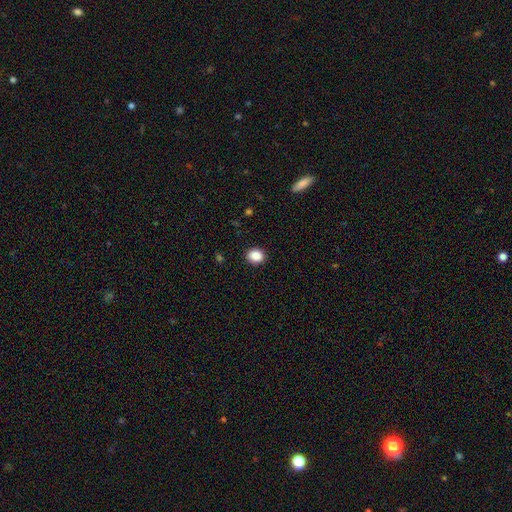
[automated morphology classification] smooth-or-featured: smooth: 88% | star or artifact: 9% | featured or disk: 3%
  how-rounded: round: 58% | in between: 41% | cigar-shaped: 1%
  merging: none: 90% | minor disturbance: 7% | major disturbance: 2% | merger: 1%